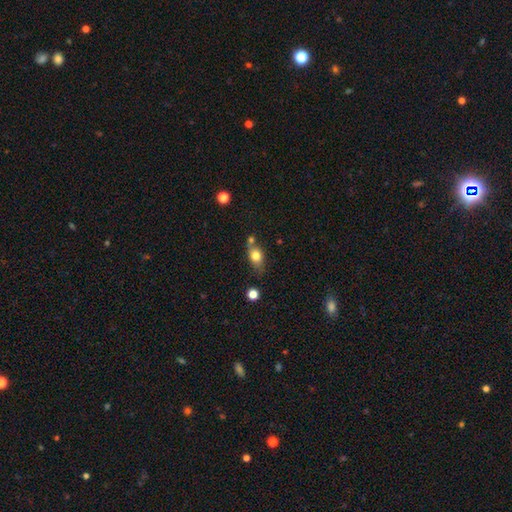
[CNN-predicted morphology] type=smooth (77%); roundness=in between (69%); merging=none (59%).